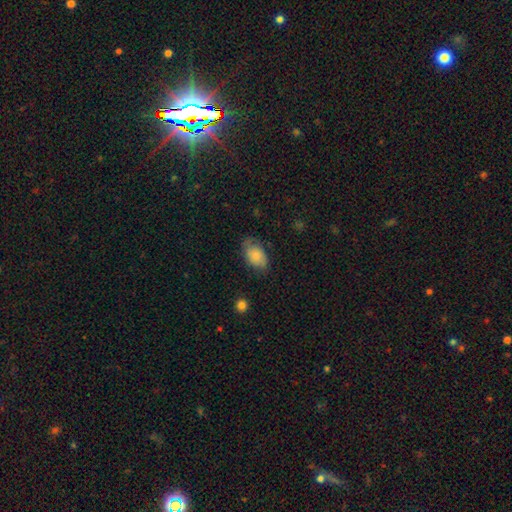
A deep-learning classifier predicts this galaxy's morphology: Smooth or featured? smooth (77%)
How rounded? in between (89%)
Merging? none (64%)